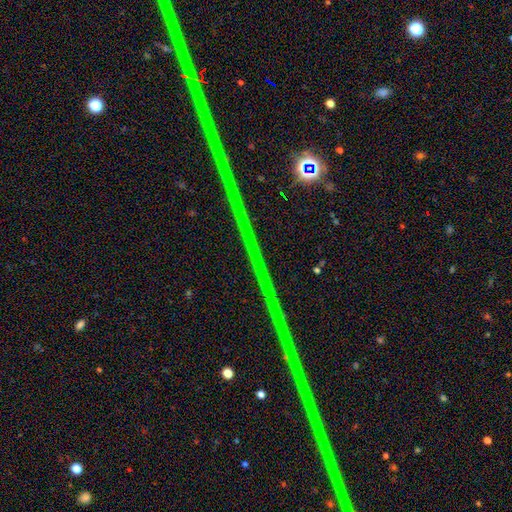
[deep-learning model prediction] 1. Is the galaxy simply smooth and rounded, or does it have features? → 90% star or artifact, 6% featured or disk, 4% smooth.